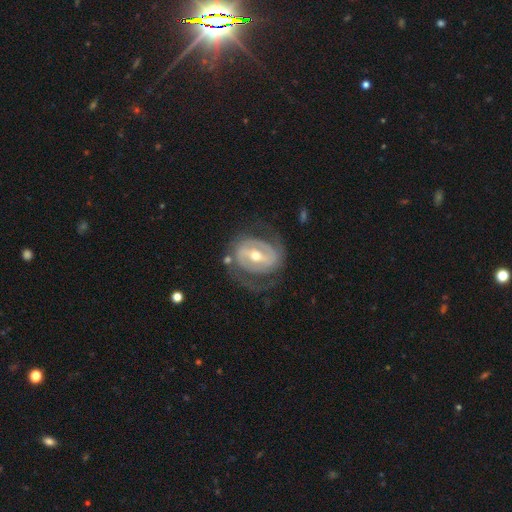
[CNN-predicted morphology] Overall: featured or disk (86%). Edge-on disk: no (96%). Bar: strong (53%; weak 34%). Spiral arms: yes (87%). Spiral arm count: 2 (78%). Spiral winding: tight (46%; medium 39%). Bulge size: moderate (64%; small 31%). Merging: none (67%).